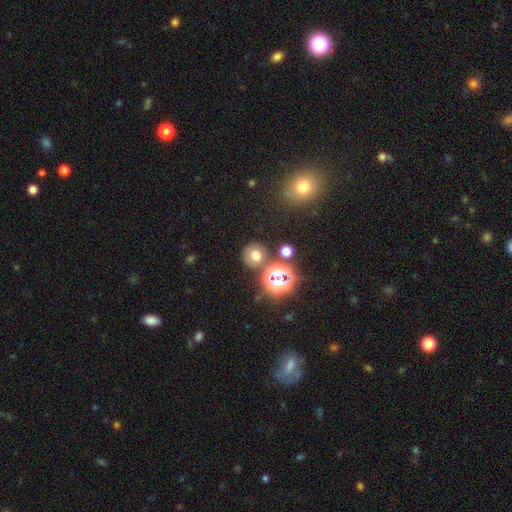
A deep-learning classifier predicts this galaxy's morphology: Smooth or featured?
  - smooth: 66% *
  - star or artifact: 25%
  - featured or disk: 10%
How rounded?
  - round: 89% *
  - in between: 10%
  - cigar-shaped: 1%
Merging?
  - none: 78% *
  - merger: 10%
  - minor disturbance: 8%
  - major disturbance: 4%